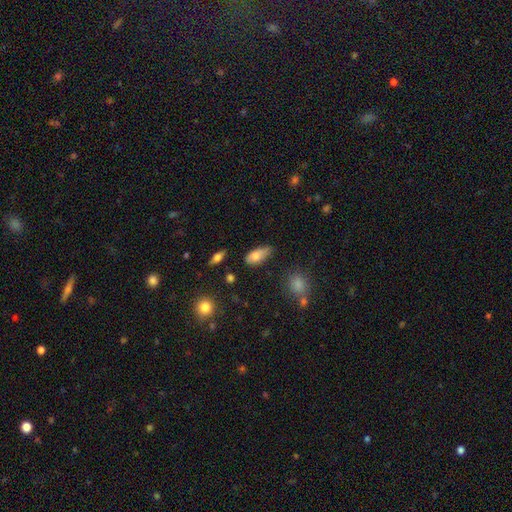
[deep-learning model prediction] Overall: smooth (76%). How rounded: in between (85%). Merging: none (54%; minor disturbance 35%).